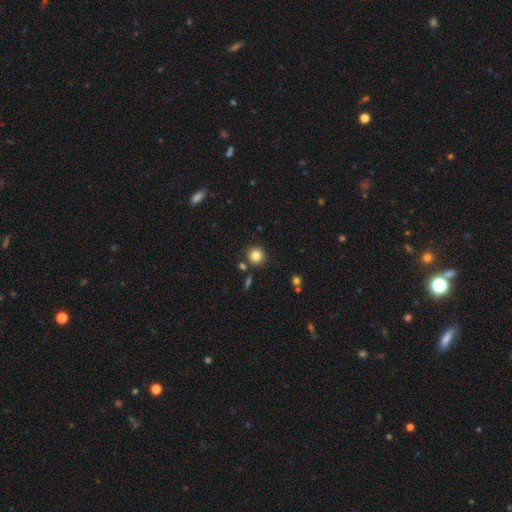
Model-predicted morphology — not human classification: smooth 82%, star or artifact 11%, featured or disk 7%. Down the decision tree: how rounded — round (91%); merging — none (85%).